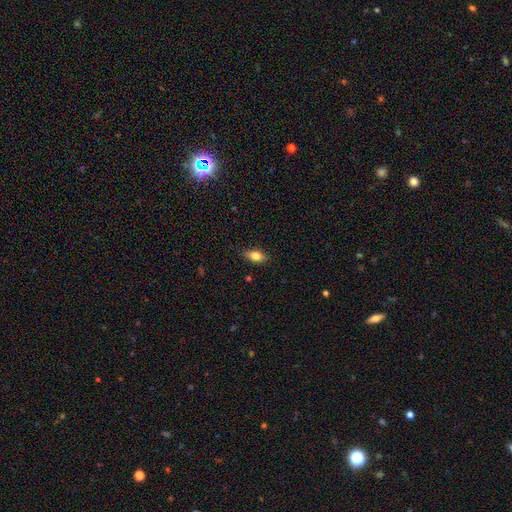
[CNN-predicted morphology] Overall: smooth (78%). How rounded: in between (86%). Merging: none (84%).